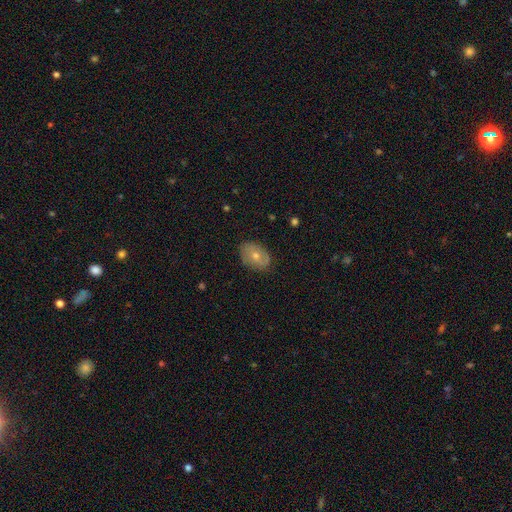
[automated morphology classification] This is possibly a smooth galaxy (49%). Merging: clearly none (84%).